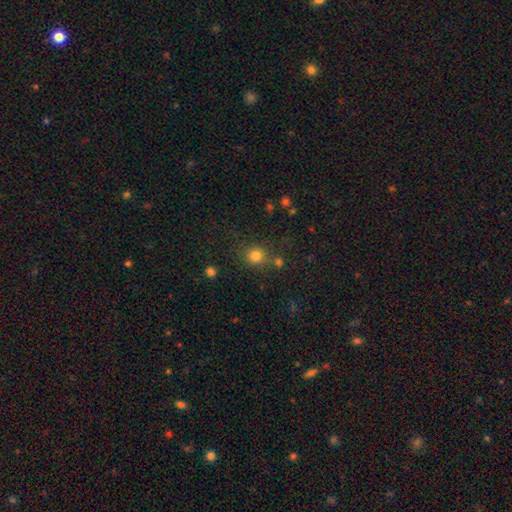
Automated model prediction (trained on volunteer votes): Smooth or featured: smooth — 81% (star or artifact — 14%)
How rounded: round — 86% (in between — 13%)
Merging: none — 75% (minor disturbance — 10%)